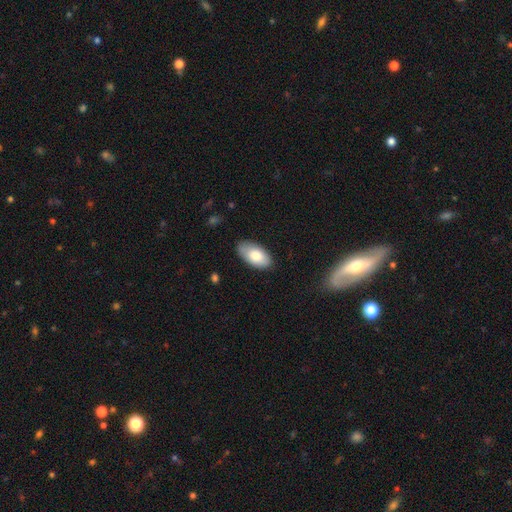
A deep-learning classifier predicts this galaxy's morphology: Smooth or featured? Predicted: smooth (p=0.78). How rounded? Predicted: in between (p=0.95). Merging? Predicted: none (p=0.82).